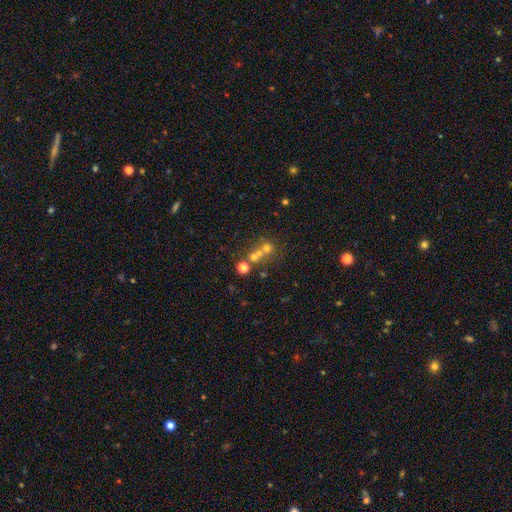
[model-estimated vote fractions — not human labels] Smooth or featured? Predicted: smooth (p=0.46). Merging? Predicted: merger (p=0.45).